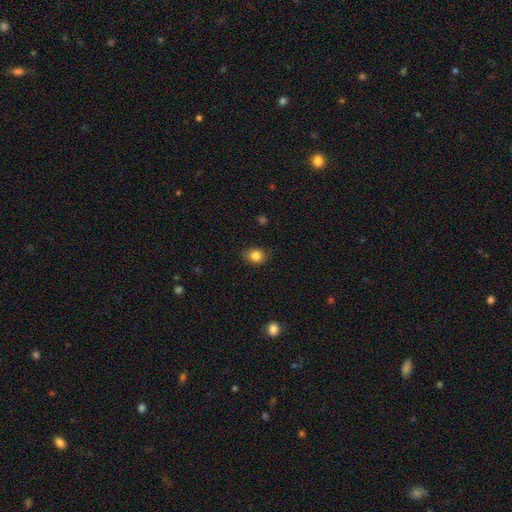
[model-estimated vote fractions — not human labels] This is clearly a smooth galaxy (83%). How rounded: possibly round (56%). Merging: likely none (80%).